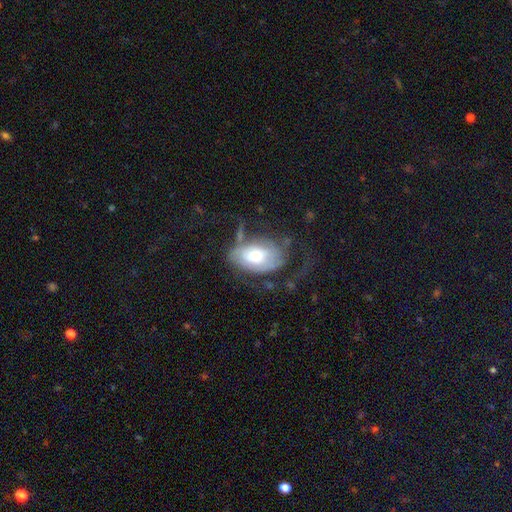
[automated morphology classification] smooth_or_featured: featured or disk (p=0.55) [alt: smooth p=0.37]
disk_edge_on: no (p=0.92) [alt: yes p=0.08]
bar: no (p=0.70) [alt: weak p=0.23]
has_spiral_arms: yes (p=0.61) [alt: no p=0.39]
bulge_size: moderate (p=0.60) [alt: small p=0.27]
merging: none (p=0.38) [alt: major disturbance p=0.35]